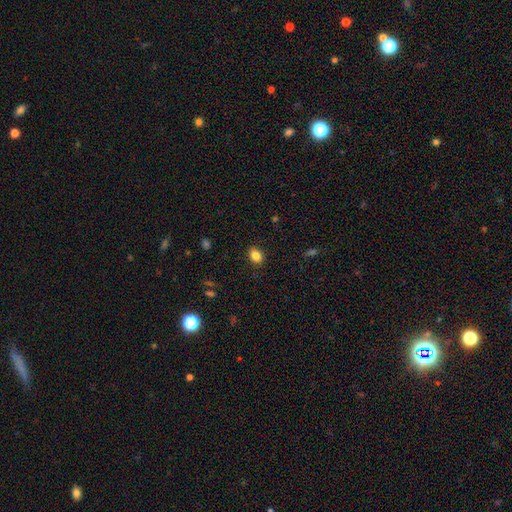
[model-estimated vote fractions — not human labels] This appears to be a smooth galaxy with no disk features (85%) that is in between round and cigar-shaped (72%). Merging: none (88%).